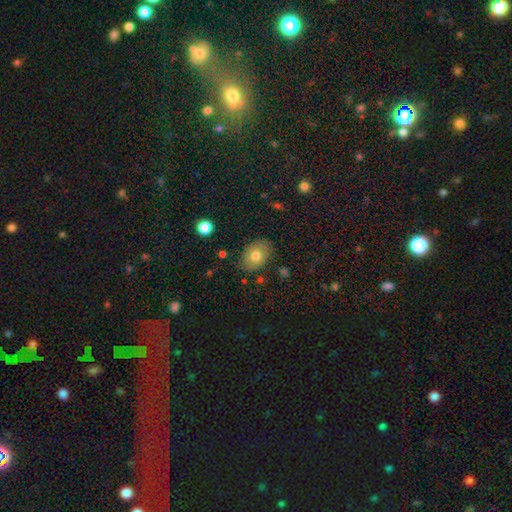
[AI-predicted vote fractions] Morphology: type=smooth (74%); roundness=in between (72%); merging=none (82%).